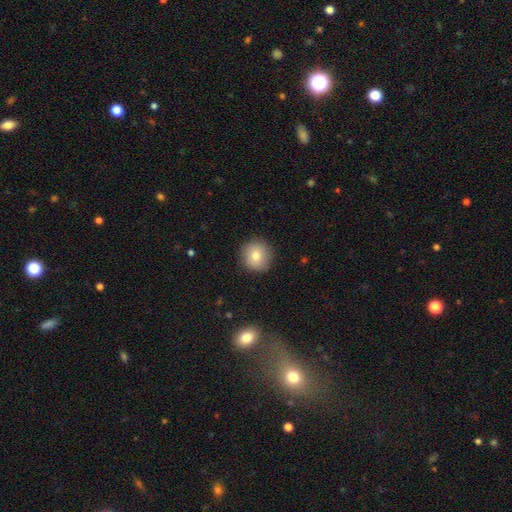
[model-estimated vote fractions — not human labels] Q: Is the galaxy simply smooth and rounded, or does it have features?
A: smooth — 77%.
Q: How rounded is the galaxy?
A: round — 94%.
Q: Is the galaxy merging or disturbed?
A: none — 90%.